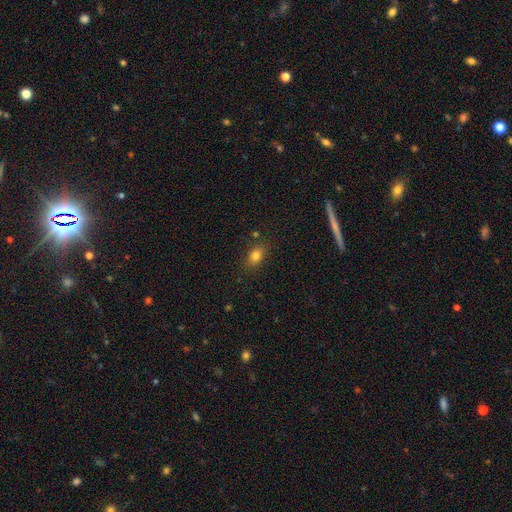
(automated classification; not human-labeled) A smooth galaxy with no disk features (80%) that is in between round and cigar-shaped (78%).

Vote fractions:
- Smooth or featured? smooth: 80% / star or artifact: 11% / featured or disk: 9%
- How rounded? in between: 78% / round: 20% / cigar-shaped: 2%
- Merging? none: 83% / minor disturbance: 11% / major disturbance: 3% / merger: 2%